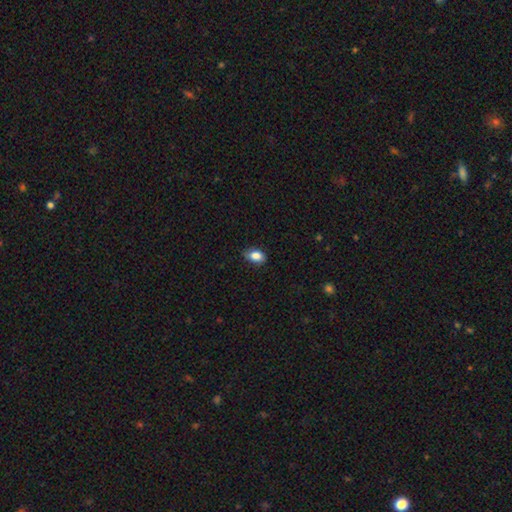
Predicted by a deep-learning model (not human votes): Overall: smooth (86%). How rounded: in between (82%). Merging: none (75%).